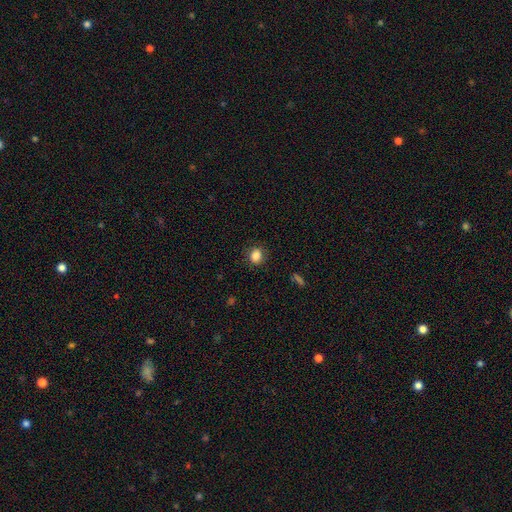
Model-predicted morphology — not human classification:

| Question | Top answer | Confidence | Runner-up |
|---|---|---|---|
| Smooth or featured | smooth | 85% | star or artifact (10%) |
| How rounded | round | 69% | in between (30%) |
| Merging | none | 86% | minor disturbance (10%) |